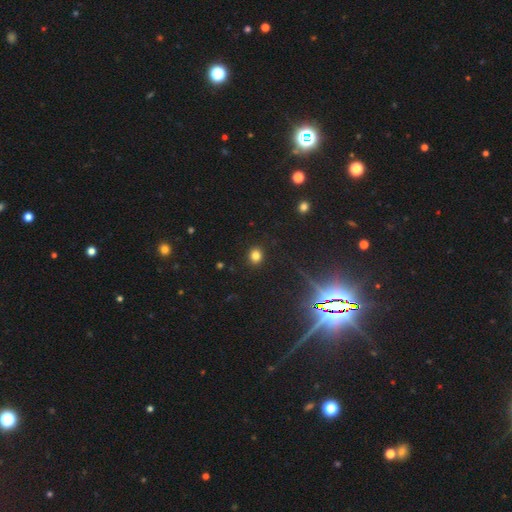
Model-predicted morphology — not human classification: A smooth galaxy with no disk features (79%) that is round (74%).

Vote fractions:
- Smooth or featured? smooth: 79% / star or artifact: 15% / featured or disk: 6%
- How rounded? round: 74% / in between: 25% / cigar-shaped: 1%
- Merging? none: 91% / minor disturbance: 6% / major disturbance: 2% / merger: 1%